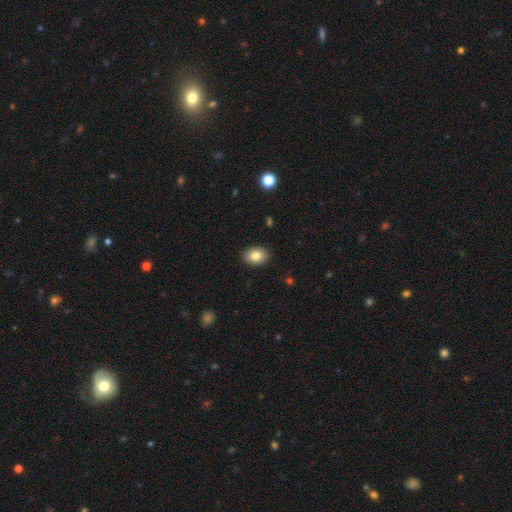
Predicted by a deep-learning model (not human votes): Smooth or featured? Predicted: smooth (p=0.84). How rounded? Predicted: in between (p=0.74). Merging? Predicted: none (p=0.90).